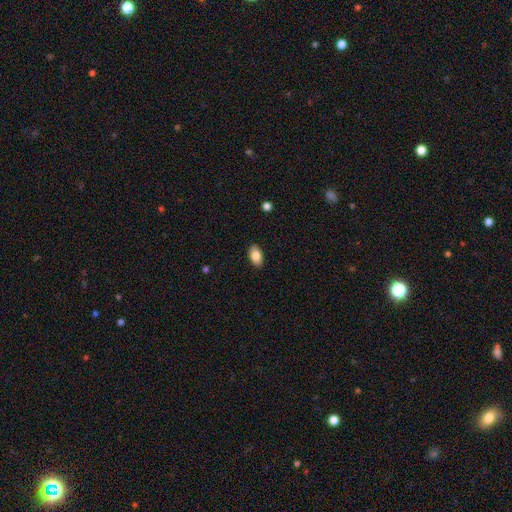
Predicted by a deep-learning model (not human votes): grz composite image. It shows a smooth galaxy with no disk features (83%) that is in between round and cigar-shaped (93%). Merging: none (89%).